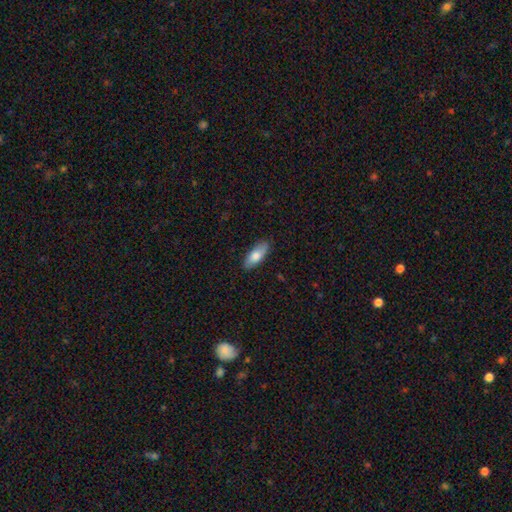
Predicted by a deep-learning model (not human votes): A smooth galaxy with no disk features (76%) that is in between round and cigar-shaped (72%).

Vote fractions:
- Smooth or featured? smooth: 76% / featured or disk: 18% / star or artifact: 6%
- How rounded? in between: 72% / cigar-shaped: 25% / round: 2%
- Merging? none: 84% / minor disturbance: 12% / major disturbance: 2% / merger: 1%